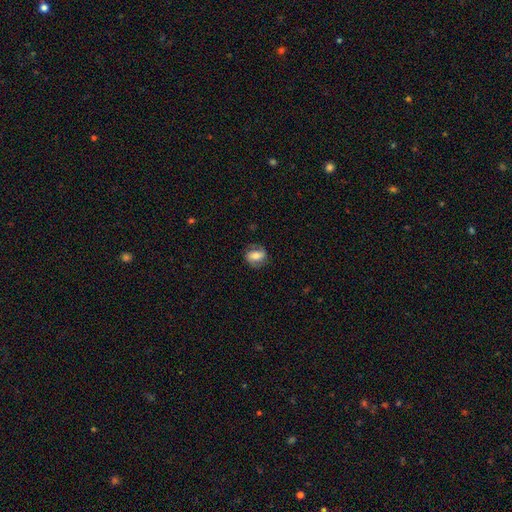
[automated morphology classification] smooth-or-featured: smooth: 48% | featured or disk: 44% | star or artifact: 8%
  merging: none: 76% | minor disturbance: 16% | major disturbance: 7% | merger: 1%